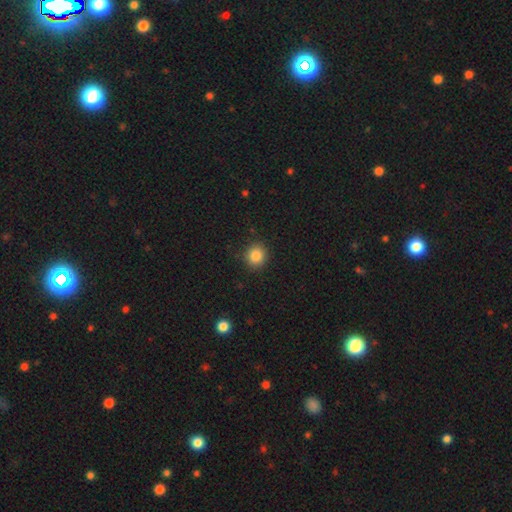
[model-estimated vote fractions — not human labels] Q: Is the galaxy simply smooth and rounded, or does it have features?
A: smooth — 85%.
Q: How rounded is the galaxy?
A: round — 86%.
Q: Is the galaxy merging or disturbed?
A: none — 90%.